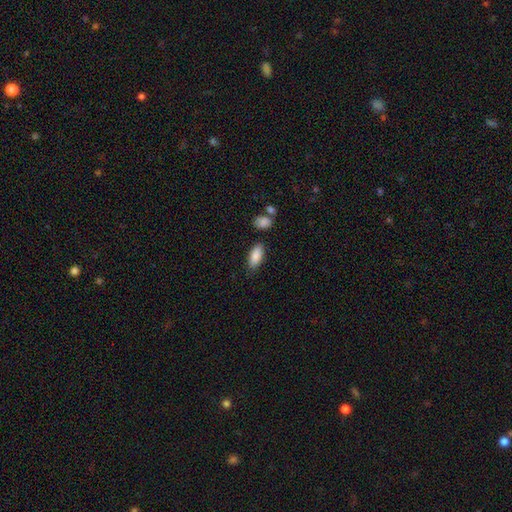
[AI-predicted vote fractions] A smooth galaxy with no disk features (88%) that is in between round and cigar-shaped (88%).

Vote fractions:
- Smooth or featured? smooth: 88% / star or artifact: 6% / featured or disk: 6%
- How rounded? in between: 88% / cigar-shaped: 10% / round: 2%
- Merging? none: 81% / minor disturbance: 12% / merger: 4% / major disturbance: 3%